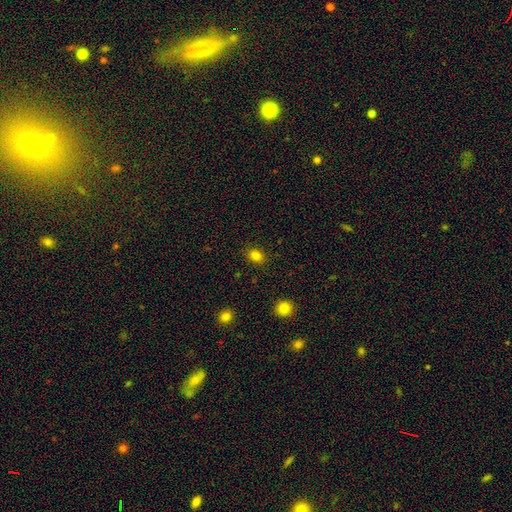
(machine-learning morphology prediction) The model was most divided on "how rounded": in between: 55%, round: 44%, cigar-shaped: 1%. More confident: merging — none (88%); smooth or featured — smooth (83%).